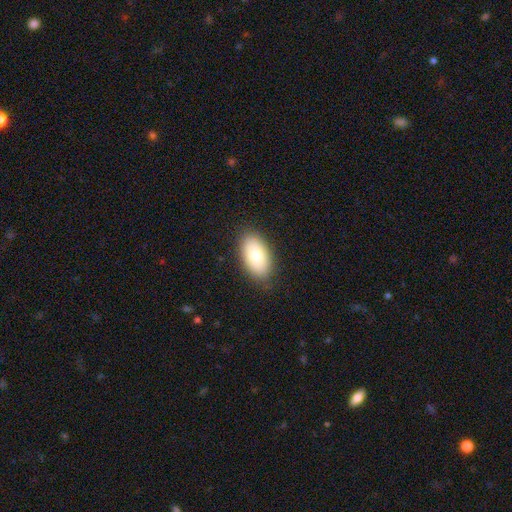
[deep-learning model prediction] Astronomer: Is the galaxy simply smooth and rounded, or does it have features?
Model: smooth — 83%.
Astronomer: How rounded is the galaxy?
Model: in between — 95%.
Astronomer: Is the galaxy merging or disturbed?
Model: none — 86%.